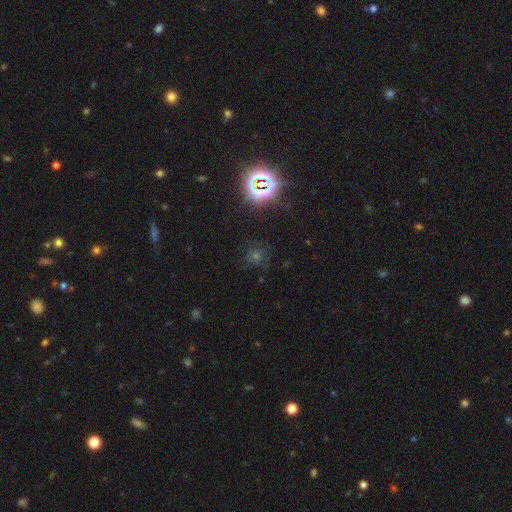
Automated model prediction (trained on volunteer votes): Smooth or featured? Predicted: star or artifact (p=0.57).